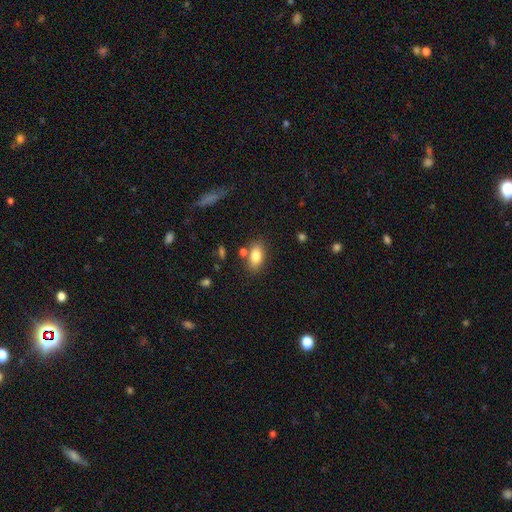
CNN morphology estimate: smooth_or_featured: smooth (p=0.82) [alt: featured or disk p=0.10]
how_rounded: in between (p=0.88) [alt: round p=0.08]
merging: none (p=0.75) [alt: minor disturbance p=0.12]